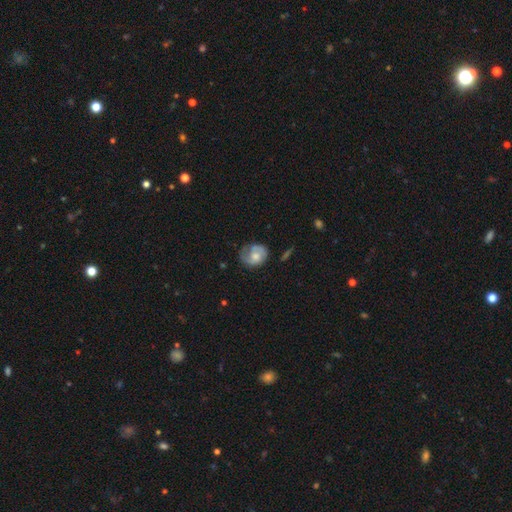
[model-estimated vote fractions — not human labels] A featured or disk galaxy (53%) with no bar (75%), spiral arms (72%) and a moderate central bulge (55%). Merging: none (52%).